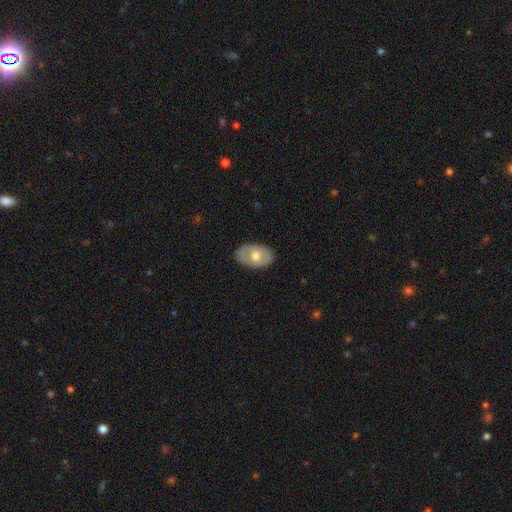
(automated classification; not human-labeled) smooth_or_featured: smooth (p=0.51) [alt: featured or disk p=0.43]
how_rounded: in between (p=0.85) [alt: round p=0.13]
merging: none (p=0.82) [alt: minor disturbance p=0.13]